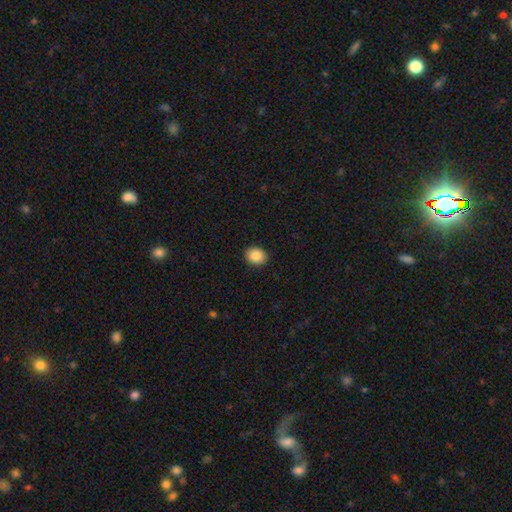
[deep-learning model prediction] This is clearly a smooth galaxy (89%). How rounded: possibly round (51%). Merging: clearly none (90%).